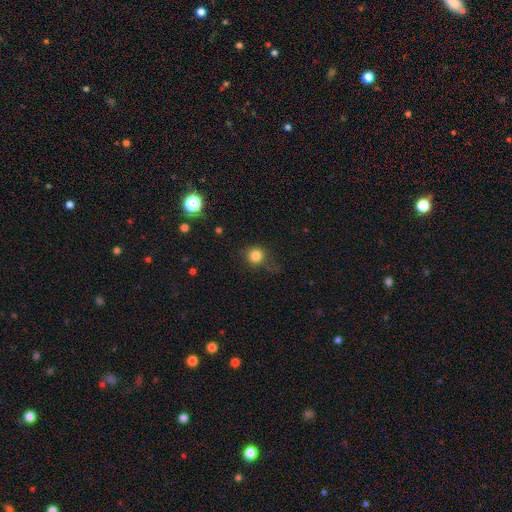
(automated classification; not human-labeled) Q: Smooth or featured?
A: smooth (81%); runner-up: star or artifact (13%)
Q: How rounded?
A: round (90%); runner-up: in between (9%)
Q: Merging?
A: none (71%); runner-up: minor disturbance (18%)